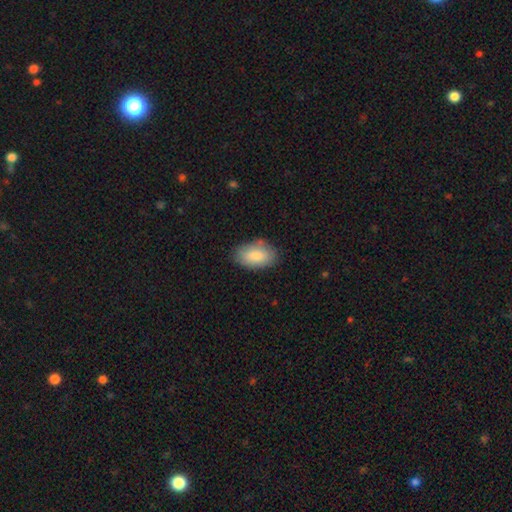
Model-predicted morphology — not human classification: smooth 84%, featured or disk 10%, star or artifact 6%. Down the decision tree: how rounded — in between (93%); merging — none (80%).